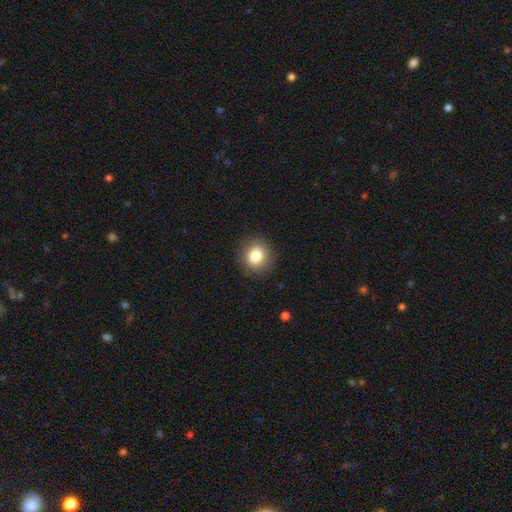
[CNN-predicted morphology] smooth_or_featured: smooth (p=0.82) [alt: star or artifact p=0.10]
how_rounded: round (p=0.86) [alt: in between p=0.13]
merging: none (p=0.90) [alt: minor disturbance p=0.07]